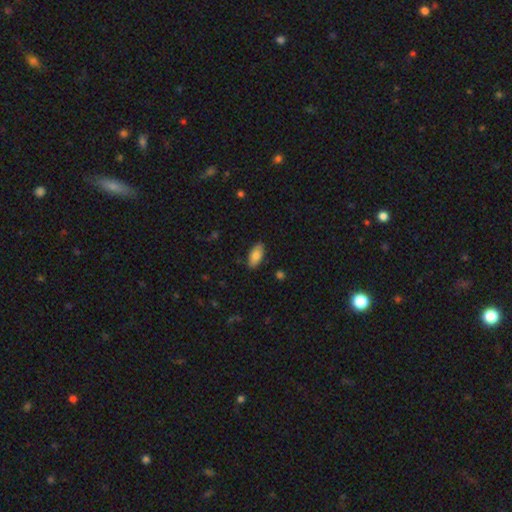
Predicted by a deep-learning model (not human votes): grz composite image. It shows a smooth galaxy with no disk features (83%) that is in between round and cigar-shaped (91%). Merging: none (85%).